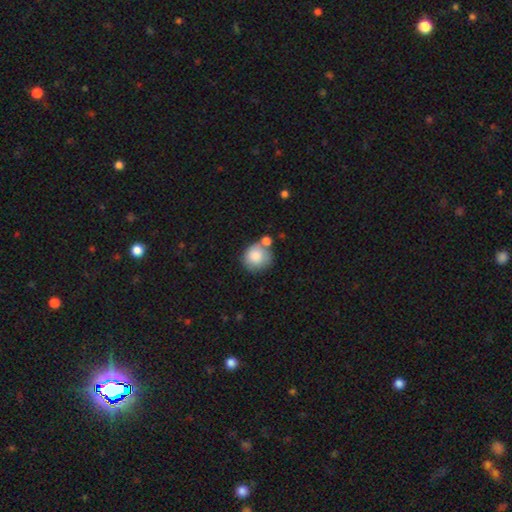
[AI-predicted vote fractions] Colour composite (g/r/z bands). It shows a smooth galaxy with no disk features (83%) that is round (87%). Merging: none (56%).